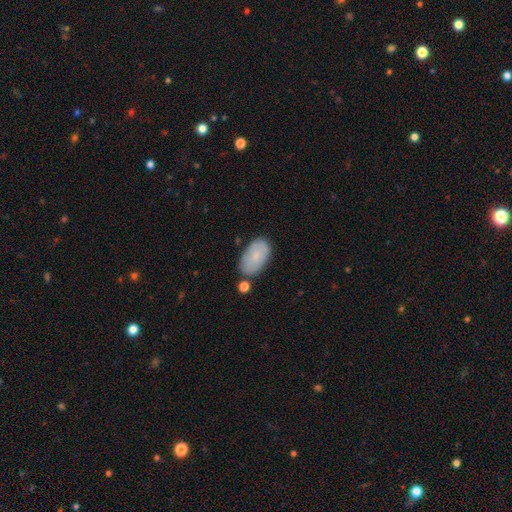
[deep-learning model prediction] smooth 70%, featured or disk 23%, star or artifact 6%. Down the decision tree: how rounded — in between (94%); merging — none (71%).